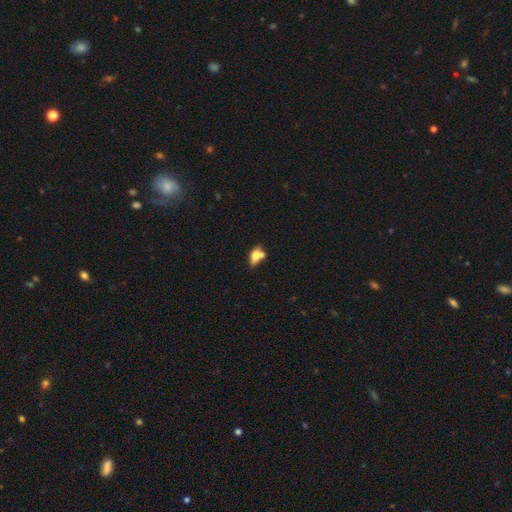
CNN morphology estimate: This appears to be a smooth galaxy with no disk features (65%) that is in between round and cigar-shaped (75%). Merging: merger (41%).